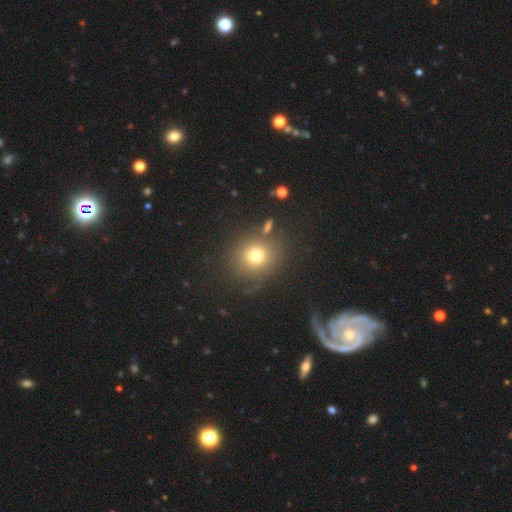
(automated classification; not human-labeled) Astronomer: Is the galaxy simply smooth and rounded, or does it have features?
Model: smooth — 75%.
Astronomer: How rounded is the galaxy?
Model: round — 85%.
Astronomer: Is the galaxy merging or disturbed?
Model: none — 77%.